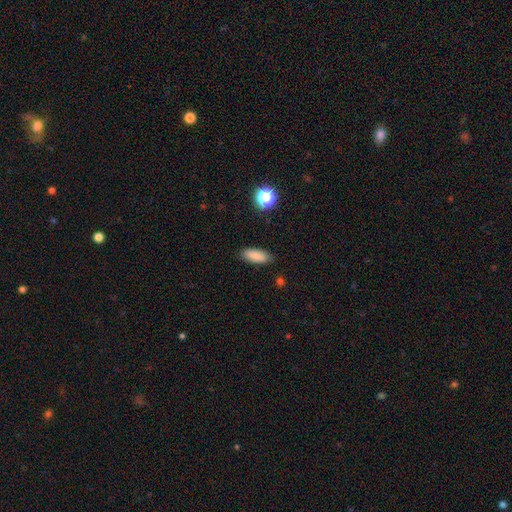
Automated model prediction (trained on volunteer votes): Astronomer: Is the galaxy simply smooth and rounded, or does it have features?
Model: smooth — 85%.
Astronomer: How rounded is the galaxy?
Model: in between — 75%.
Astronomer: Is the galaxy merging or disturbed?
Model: none — 87%.